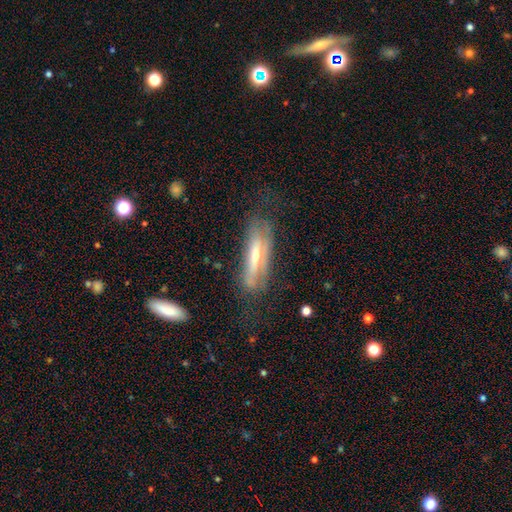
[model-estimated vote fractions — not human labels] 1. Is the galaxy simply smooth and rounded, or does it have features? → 58% featured or disk, 34% smooth, 7% star or artifact.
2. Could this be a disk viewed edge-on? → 58% yes, 42% no.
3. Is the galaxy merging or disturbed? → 58% none, 24% minor disturbance, 15% major disturbance, 3% merger.